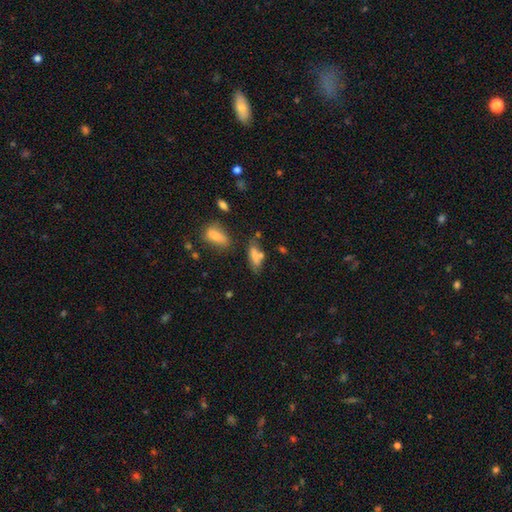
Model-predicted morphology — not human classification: Smooth or featured: smooth — 68% (featured or disk — 20%)
How rounded: in between — 64% (cigar-shaped — 33%)
Merging: none — 53% (minor disturbance — 21%)